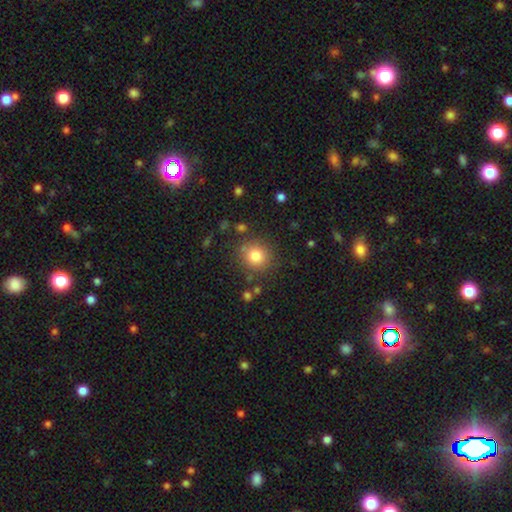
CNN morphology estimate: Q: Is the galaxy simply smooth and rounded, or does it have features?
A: smooth — 80%.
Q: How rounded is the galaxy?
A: round — 88%.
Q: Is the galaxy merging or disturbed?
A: none — 83%.